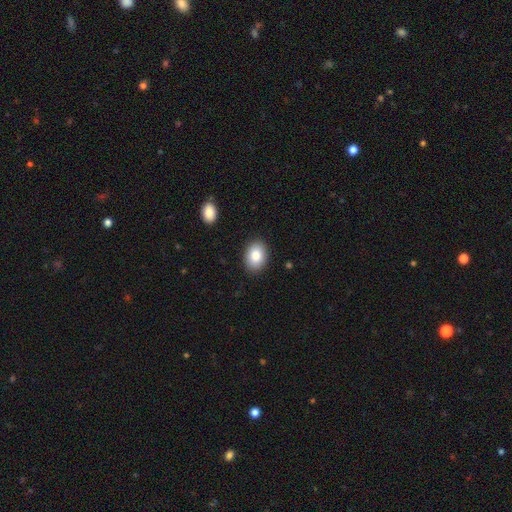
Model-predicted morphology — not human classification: This appears to be a smooth galaxy with no disk features (84%) that is in between round and cigar-shaped (76%). Merging: none (89%).